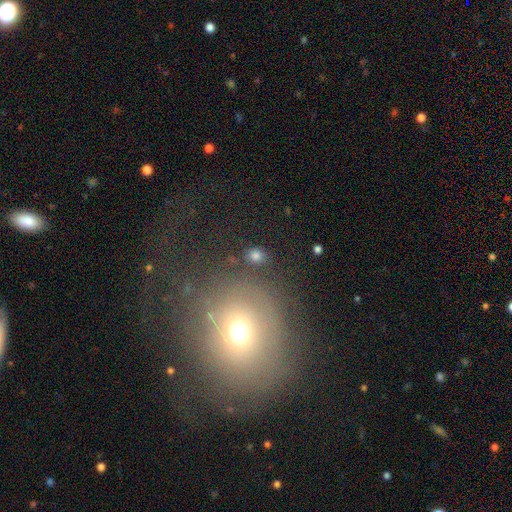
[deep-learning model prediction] smooth-or-featured: smooth: 77% | star or artifact: 16% | featured or disk: 7%
  how-rounded: round: 70% | in between: 29% | cigar-shaped: 1%
  merging: none: 81% | minor disturbance: 10% | merger: 5% | major disturbance: 4%